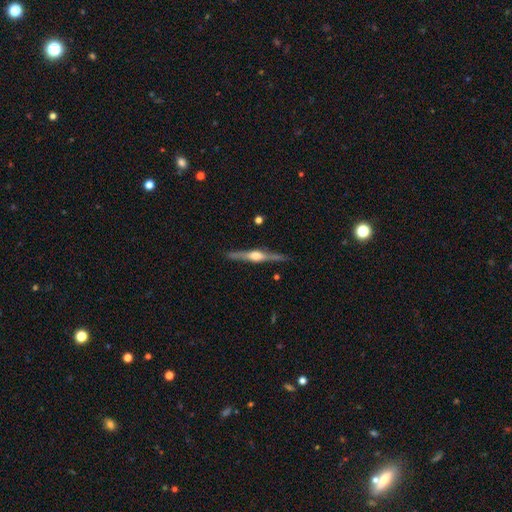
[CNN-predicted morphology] Smooth or featured?
  - featured or disk: 82% *
  - smooth: 13%
  - star or artifact: 5%
Edge-on disk?
  - yes: 98% *
  - no: 2%
Edge-on bulge?
  - rounded: 90% *
  - boxy: 7%
  - none: 3%
Merging?
  - none: 89% *
  - minor disturbance: 8%
  - major disturbance: 2%
  - merger: 1%